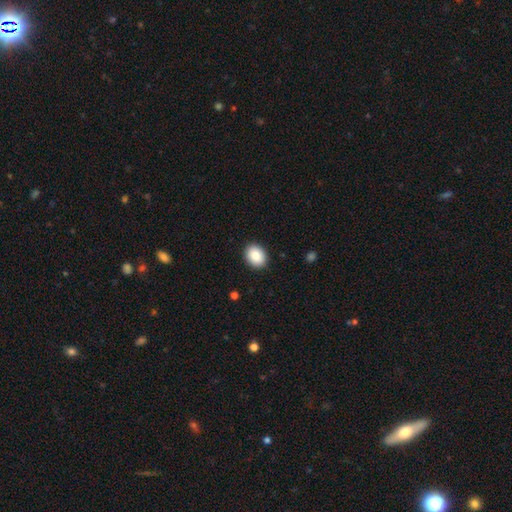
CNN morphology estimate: Overall: smooth (87%). How rounded: in between (63%; round 36%). Merging: none (90%).